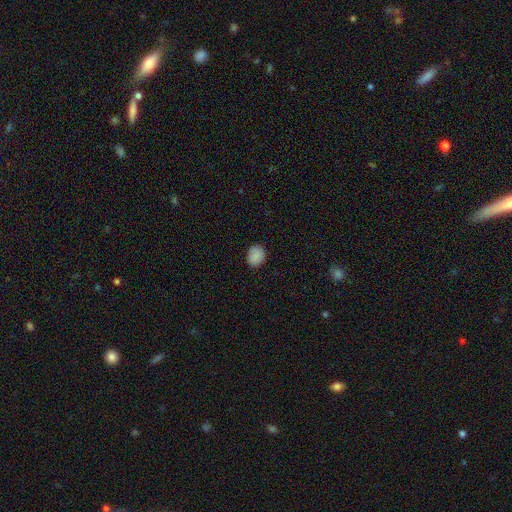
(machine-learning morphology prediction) A smooth galaxy with no disk features (87%) that is round (64%).

Vote fractions:
- Smooth or featured? smooth: 87% / star or artifact: 9% / featured or disk: 4%
- How rounded? round: 64% / in between: 35% / cigar-shaped: 1%
- Merging? none: 86% / minor disturbance: 11% / major disturbance: 2% / merger: 1%